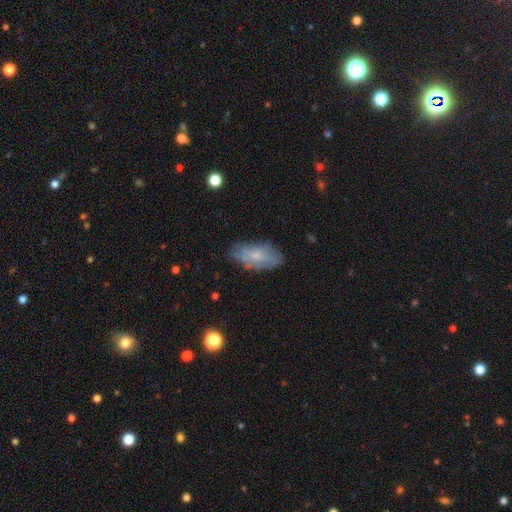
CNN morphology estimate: Smooth or featured? smooth (57%)
How rounded? in between (91%)
Merging? none (70%)